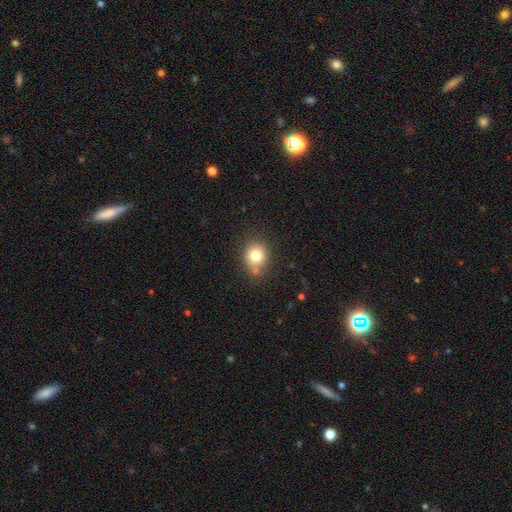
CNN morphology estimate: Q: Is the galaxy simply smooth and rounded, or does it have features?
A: smooth — 79%.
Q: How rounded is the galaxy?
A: round — 72%.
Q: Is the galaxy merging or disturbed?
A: none — 70%.